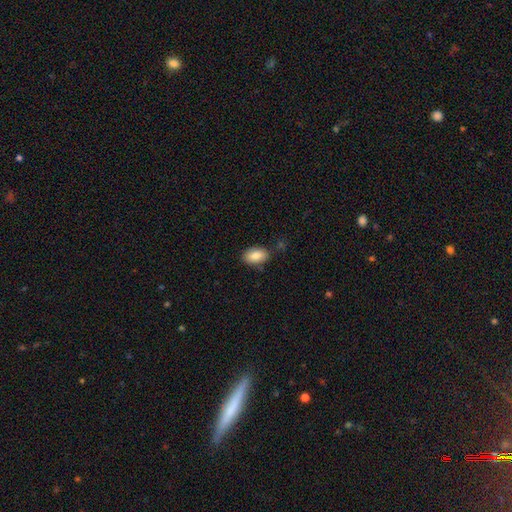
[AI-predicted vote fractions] Q: Smooth or featured?
A: smooth (85%); runner-up: featured or disk (8%)
Q: How rounded?
A: in between (92%); runner-up: round (6%)
Q: Merging?
A: none (80%); runner-up: minor disturbance (14%)